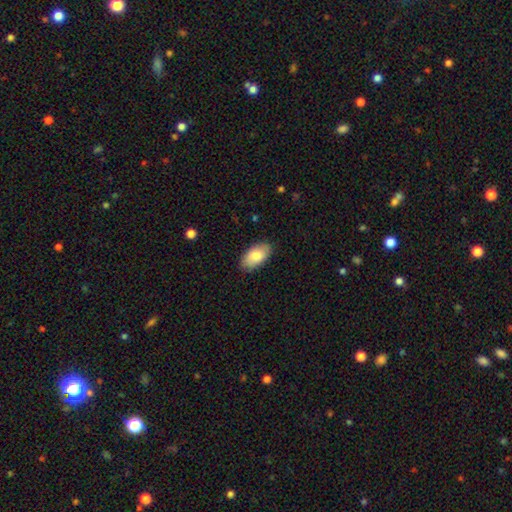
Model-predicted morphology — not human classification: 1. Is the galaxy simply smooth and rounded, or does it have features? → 81% smooth, 13% featured or disk, 6% star or artifact.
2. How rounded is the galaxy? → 95% in between, 3% round, 2% cigar-shaped.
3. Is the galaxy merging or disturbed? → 86% none, 11% minor disturbance, 2% major disturbance, 1% merger.